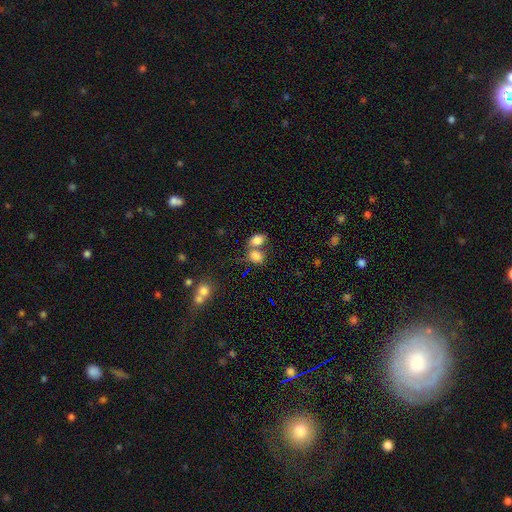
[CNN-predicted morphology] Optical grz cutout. It shows a smooth galaxy with no disk features (80%) that is in between round and cigar-shaped (65%). Merging: merger (52%).